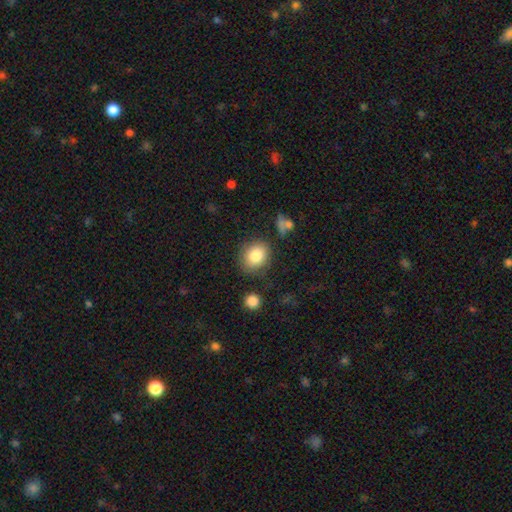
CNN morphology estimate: type=smooth (83%); roundness=round (60%); merging=none (80%).